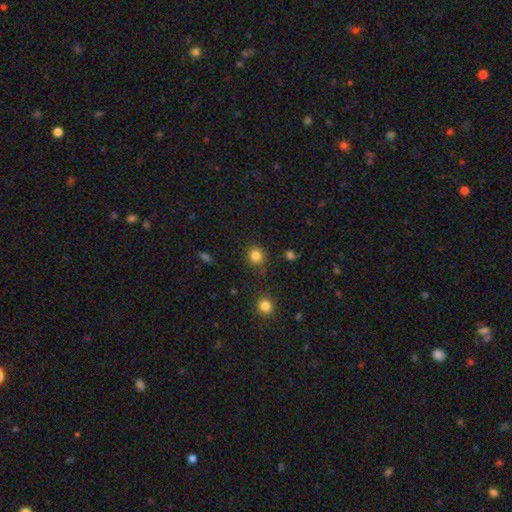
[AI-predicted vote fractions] Morphology: type=smooth (84%); roundness=round (84%); merging=none (83%).